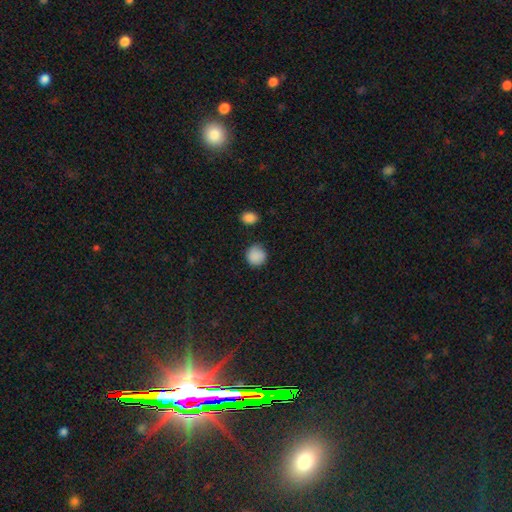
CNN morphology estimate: A smooth galaxy with no disk features (87%) that is round (90%).

Vote fractions:
- Smooth or featured? smooth: 87% / star or artifact: 9% / featured or disk: 4%
- How rounded? round: 90% / in between: 9% / cigar-shaped: 1%
- Merging? none: 80% / minor disturbance: 15% / major disturbance: 4% / merger: 2%